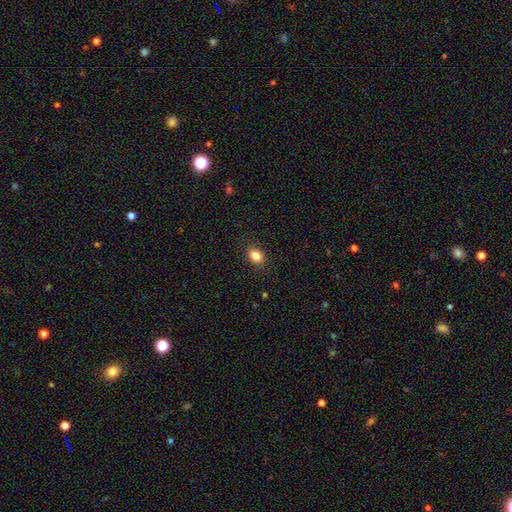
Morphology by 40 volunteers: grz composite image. It shows a smooth galaxy with no disk features (88%) that is in between round and cigar-shaped (66%). Merging: none (92%).